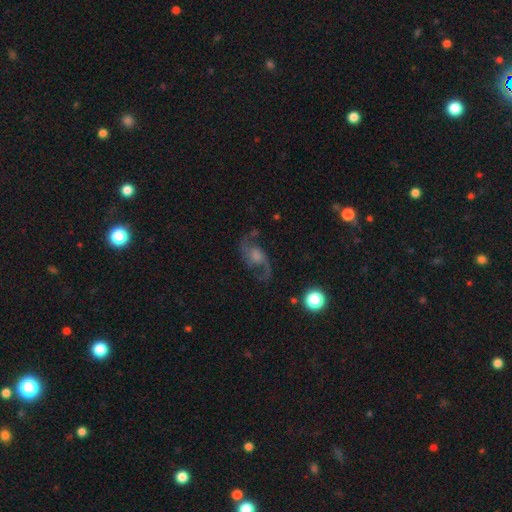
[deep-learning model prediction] Smooth or featured?
  - featured or disk: 83% *
  - star or artifact: 9%
  - smooth: 8%
Edge-on disk?
  - no: 96% *
  - yes: 4%
Bar?
  - no: 59% *
  - weak: 34%
  - strong: 7%
Spiral arms?
  - yes: 96% *
  - no: 4%
Spiral winding?
  - loose: 58% *
  - medium: 35%
  - tight: 6%
Spiral arm count?
  - 2: 93% *
  - can't tell: 2%
  - 1: 2%
  - 3: 1%
  - 4: 1%
  - more than 4: 1%
Bulge size?
  - moderate: 39% *
  - small: 24%
  - large: 19%
  - none: 16%
  - dominant: 3%
Merging?
  - none: 76% *
  - minor disturbance: 14%
  - major disturbance: 9%
  - merger: 2%